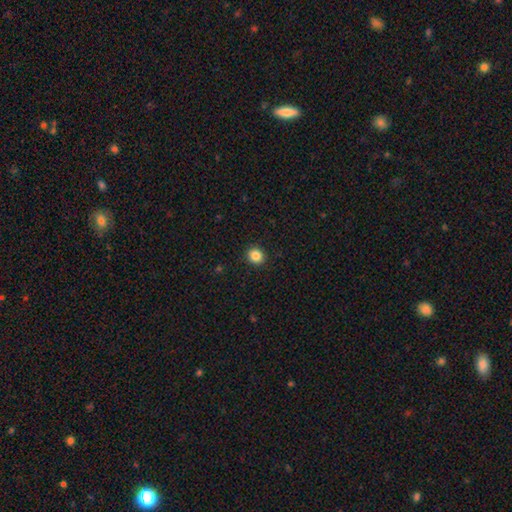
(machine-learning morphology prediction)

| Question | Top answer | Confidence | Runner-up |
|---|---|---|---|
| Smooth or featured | smooth | 85% | star or artifact (11%) |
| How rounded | round | 84% | in between (15%) |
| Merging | none | 92% | minor disturbance (5%) |